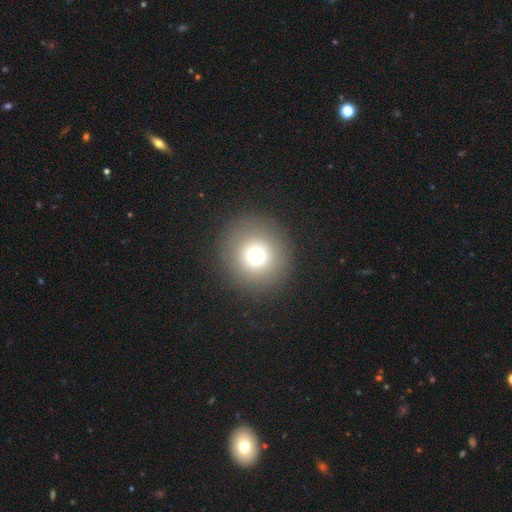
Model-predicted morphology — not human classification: This appears to be a smooth galaxy with no disk features (71%) that is round (94%). Merging: none (89%).